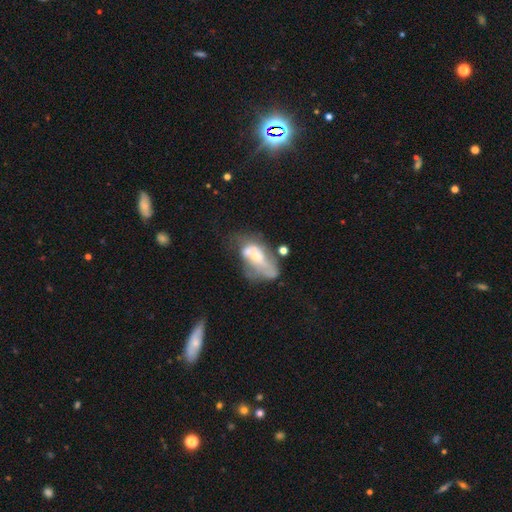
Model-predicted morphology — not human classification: smooth-or-featured: featured or disk: 56% | smooth: 35% | star or artifact: 10%
  disk-edge-on: no: 95% | yes: 5%
    bar: no: 81% | weak: 15% | strong: 4%
    has-spiral-arms: no: 75% | yes: 25%
    bulge-size: small: 42% | moderate: 37% | none: 13% | large: 6% | dominant: 2%
  merging: major disturbance: 32% | merger: 30% | none: 20% | minor disturbance: 18%